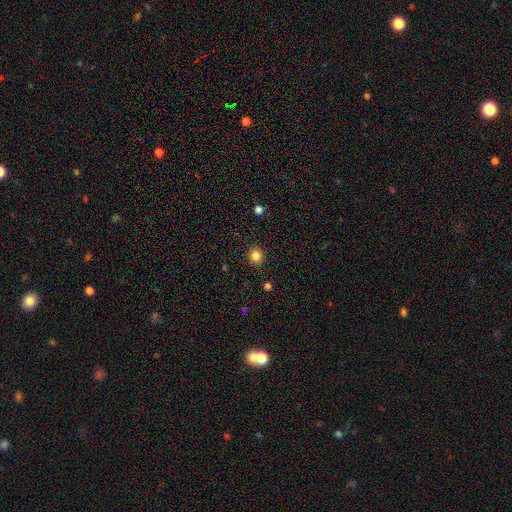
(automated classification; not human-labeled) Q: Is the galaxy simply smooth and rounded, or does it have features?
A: smooth — 84%.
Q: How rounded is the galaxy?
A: round — 86%.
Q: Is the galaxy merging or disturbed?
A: none — 90%.